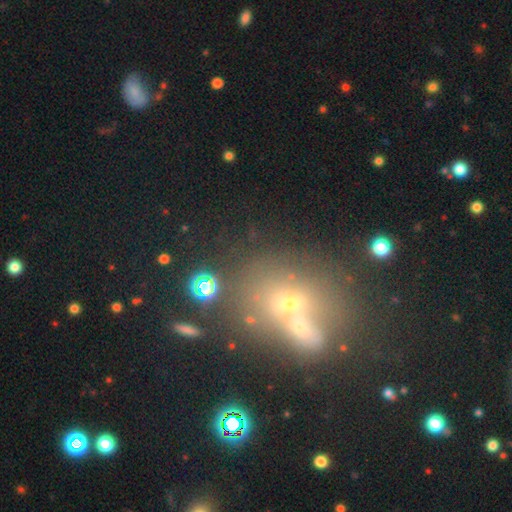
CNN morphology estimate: This appears to be a smooth galaxy with no disk features (41%). Merging: merger (46%).